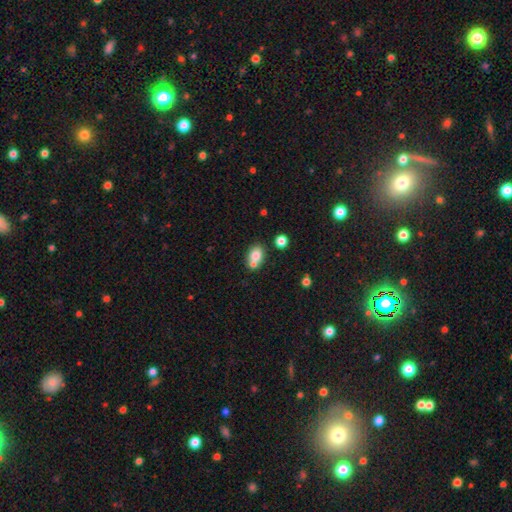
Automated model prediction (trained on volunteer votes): Smooth or featured: smooth — 76% (featured or disk — 14%)
How rounded: in between — 63% (round — 36%)
Merging: none — 47% (merger — 38%)